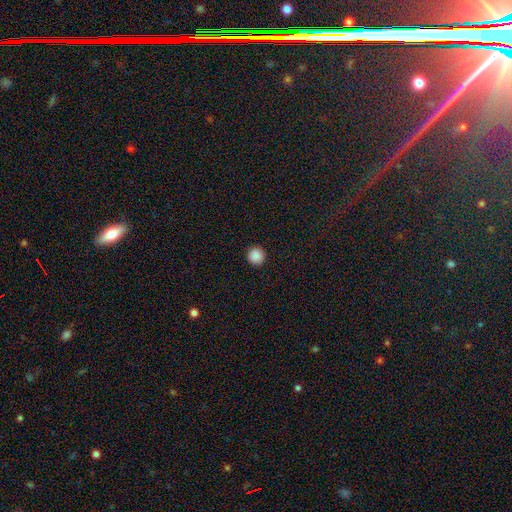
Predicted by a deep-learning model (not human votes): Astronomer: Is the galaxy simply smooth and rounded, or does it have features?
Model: smooth — 88%.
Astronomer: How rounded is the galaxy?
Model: round — 96%.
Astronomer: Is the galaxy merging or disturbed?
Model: none — 93%.